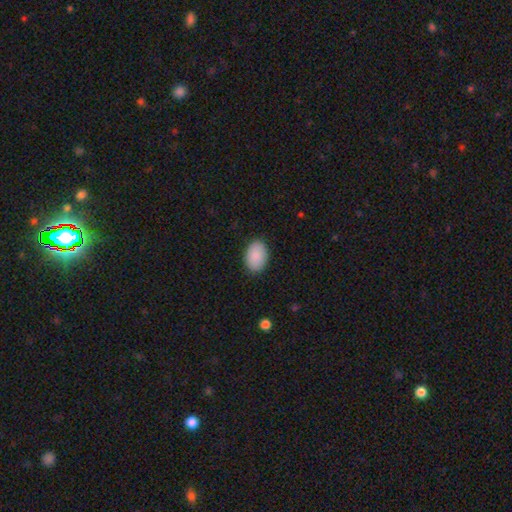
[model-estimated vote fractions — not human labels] Morphology: type=smooth (90%); roundness=in between (86%); merging=none (88%).